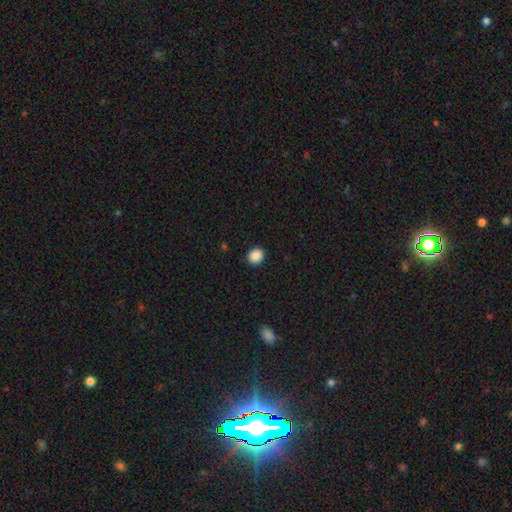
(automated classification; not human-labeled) smooth_or_featured: smooth (p=0.89) [alt: star or artifact p=0.09]
how_rounded: round (p=0.74) [alt: in between p=0.25]
merging: none (p=0.91) [alt: minor disturbance p=0.06]